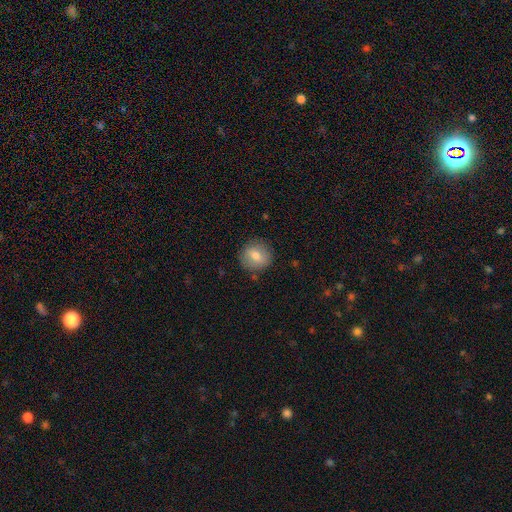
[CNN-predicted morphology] smooth-or-featured: smooth: 74% | featured or disk: 18% | star or artifact: 9%
  how-rounded: round: 87% | in between: 12% | cigar-shaped: 1%
  merging: none: 85% | minor disturbance: 10% | major disturbance: 3% | merger: 2%